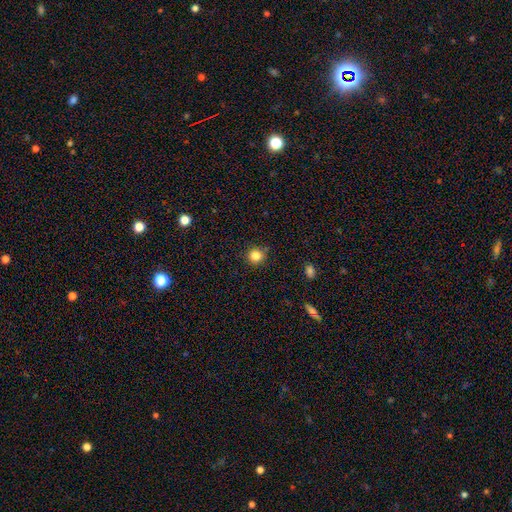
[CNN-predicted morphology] A smooth galaxy with no disk features (83%) that is round (92%). Merging: none (87%).